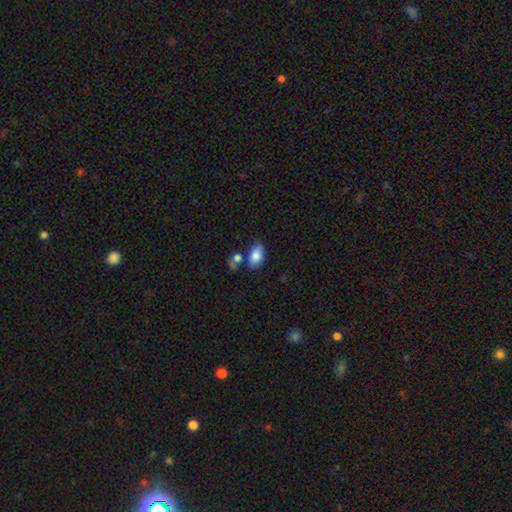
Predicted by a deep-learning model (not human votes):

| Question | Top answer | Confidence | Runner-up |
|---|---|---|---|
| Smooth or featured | smooth | 82% | featured or disk (11%) |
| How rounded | in between | 92% | round (6%) |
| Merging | none | 59% | minor disturbance (19%) |